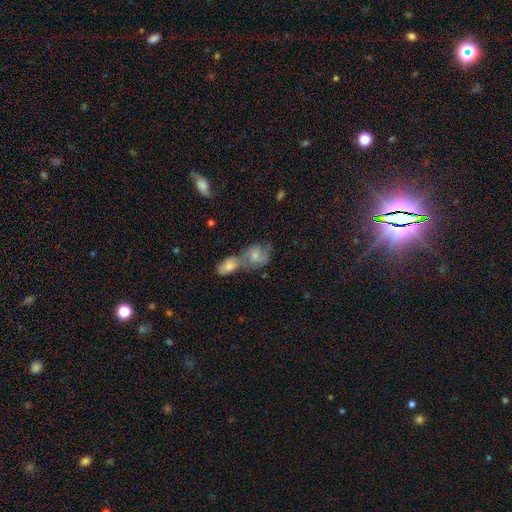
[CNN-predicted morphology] This appears to be a smooth galaxy with no disk features (56%) that is in between round and cigar-shaped (56%). Merging: merger (67%).